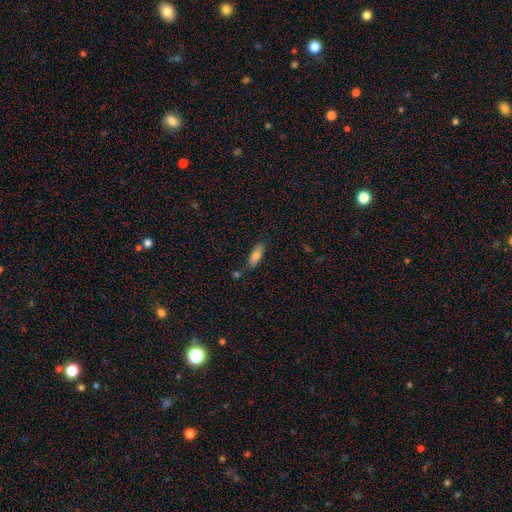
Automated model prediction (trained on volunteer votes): Smooth or featured: smooth — 77% (featured or disk — 15%)
How rounded: in between — 70% (cigar-shaped — 28%)
Merging: none — 75% (minor disturbance — 15%)